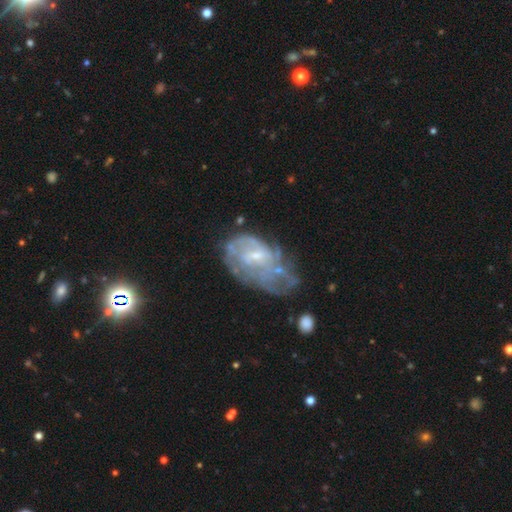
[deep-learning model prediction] Morphology: type=featured or disk (72%); edge-on=no (97%); bar=no (49%); spiral arms=yes (63%); bulge=small (65%); merging=none (34%).